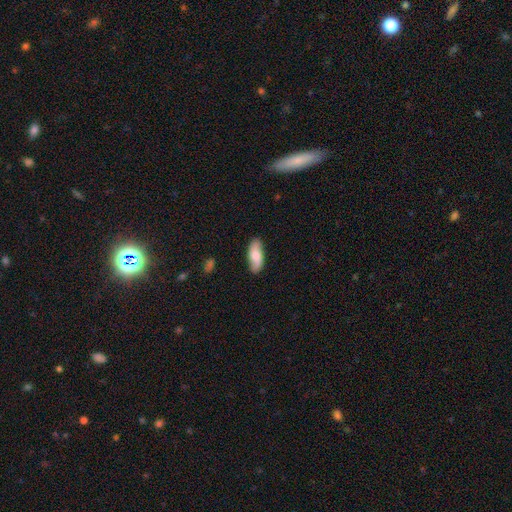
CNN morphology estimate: smooth-or-featured: smooth: 63% | featured or disk: 30% | star or artifact: 6%
  how-rounded: in between: 77% | cigar-shaped: 20% | round: 2%
  merging: none: 83% | minor disturbance: 13% | major disturbance: 3% | merger: 1%